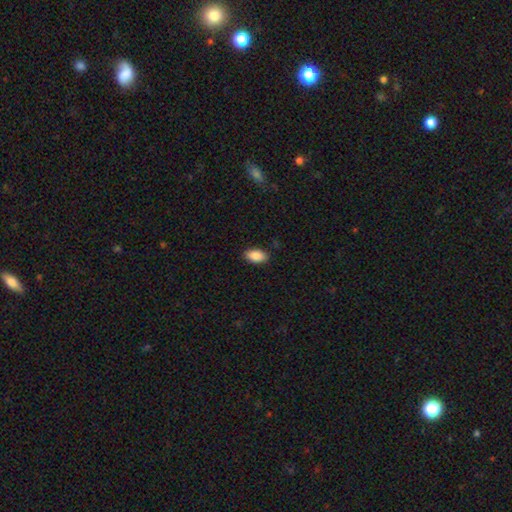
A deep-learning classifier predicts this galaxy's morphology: Smooth or featured? Predicted: smooth (p=0.87). How rounded? Predicted: in between (p=0.93). Merging? Predicted: none (p=0.88).